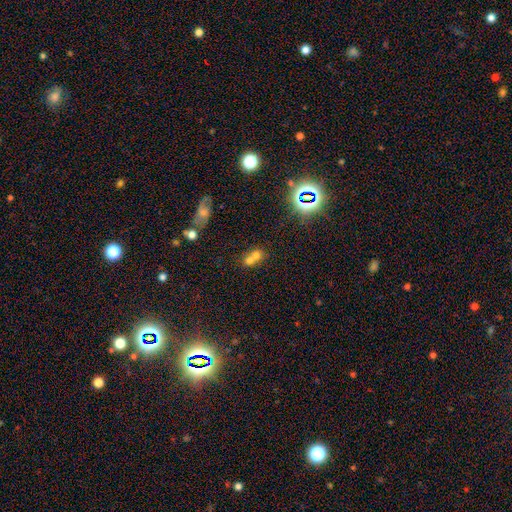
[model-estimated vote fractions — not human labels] A smooth galaxy with no disk features (64%) that is round (61%). Merging: merger (66%).